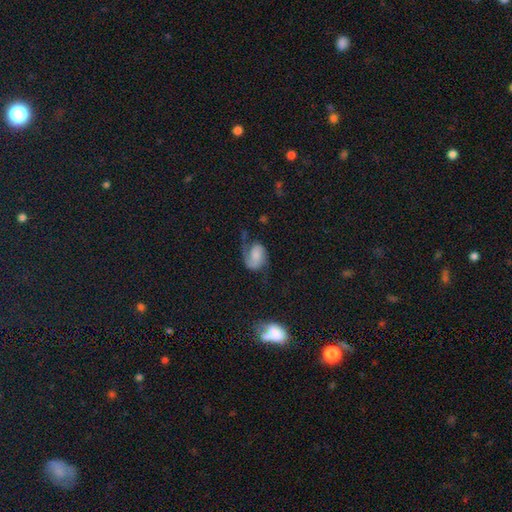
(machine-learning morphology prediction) Smooth or featured? Predicted: featured or disk (p=0.71). Edge-on disk? Predicted: no (p=0.98). Bar? Predicted: no (p=0.60). Spiral arms? Predicted: yes (p=0.94). Spiral winding? Predicted: medium (p=0.42). Spiral arm count? Predicted: 2 (p=0.65). Bulge size? Predicted: none (p=0.29). Merging? Predicted: none (p=0.47).